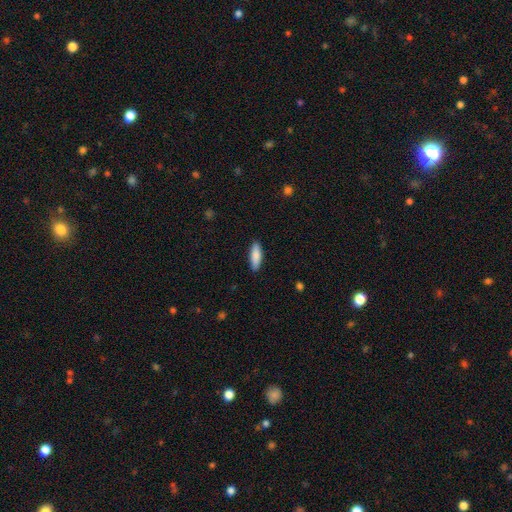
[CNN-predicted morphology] Smooth or featured? Predicted: smooth (p=0.86). How rounded? Predicted: in between (p=0.55). Merging? Predicted: none (p=0.90).